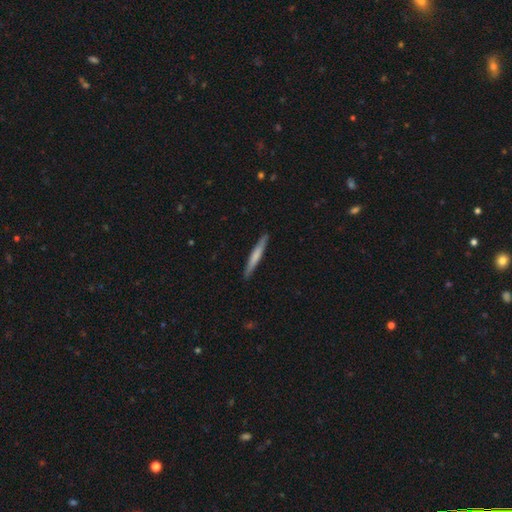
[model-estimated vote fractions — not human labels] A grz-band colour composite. It shows a smooth galaxy with no disk features (63%) that is cigar-shaped (96%). Merging: none (91%).